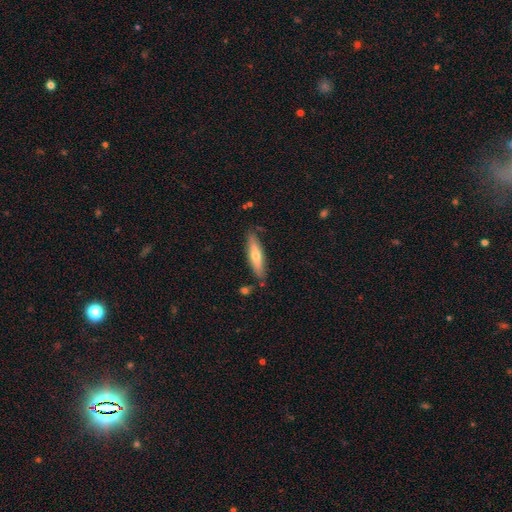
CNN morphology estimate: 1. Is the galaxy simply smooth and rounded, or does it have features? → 53% smooth, 40% featured or disk, 6% star or artifact.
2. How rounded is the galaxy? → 74% cigar-shaped, 24% in between, 2% round.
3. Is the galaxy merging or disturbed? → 82% none, 13% minor disturbance, 3% merger, 2% major disturbance.